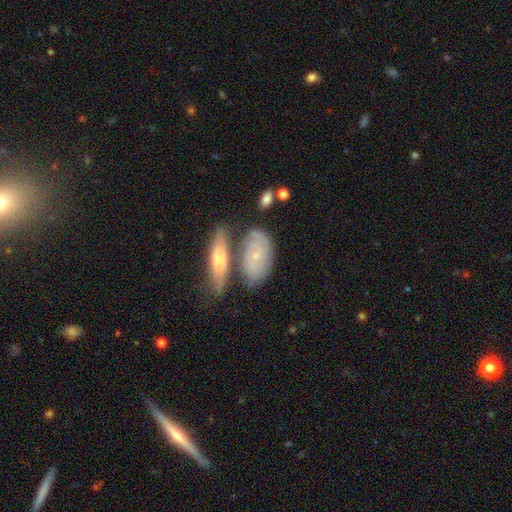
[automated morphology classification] Smooth or featured?
  - featured or disk: 56% *
  - smooth: 36%
  - star or artifact: 8%
Edge-on disk?
  - no: 84% *
  - yes: 16%
Merging?
  - none: 54% *
  - merger: 22%
  - minor disturbance: 18%
  - major disturbance: 6%